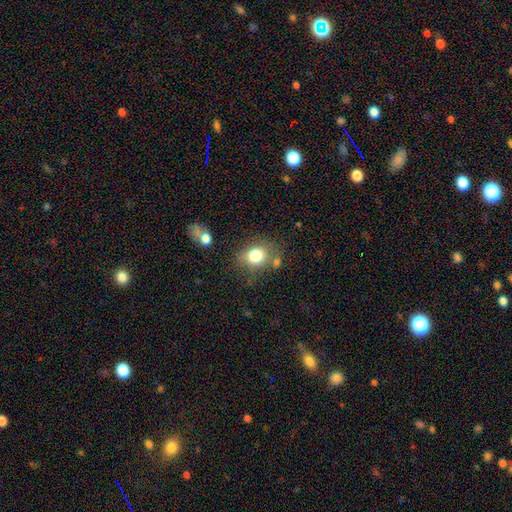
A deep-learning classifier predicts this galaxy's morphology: Smooth or featured? Predicted: smooth (p=0.79). How rounded? Predicted: round (p=0.52). Merging? Predicted: none (p=0.67).